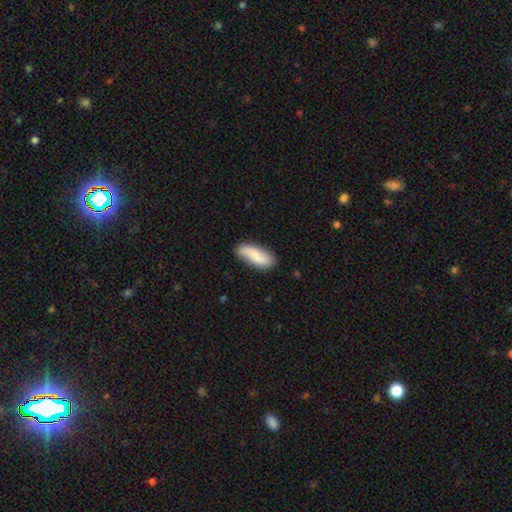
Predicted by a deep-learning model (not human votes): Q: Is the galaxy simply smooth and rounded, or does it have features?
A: smooth — 72%.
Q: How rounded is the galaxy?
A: in between — 75%.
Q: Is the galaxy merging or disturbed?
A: none — 82%.